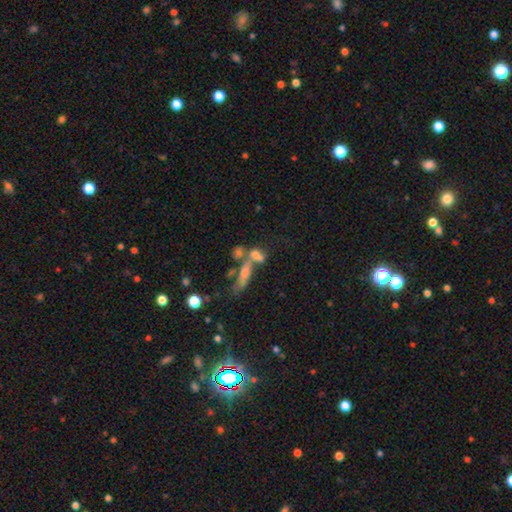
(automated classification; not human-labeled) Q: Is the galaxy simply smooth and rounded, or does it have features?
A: smooth — 51%.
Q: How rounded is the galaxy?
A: in between — 48%.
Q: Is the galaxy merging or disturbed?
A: merger — 49%.